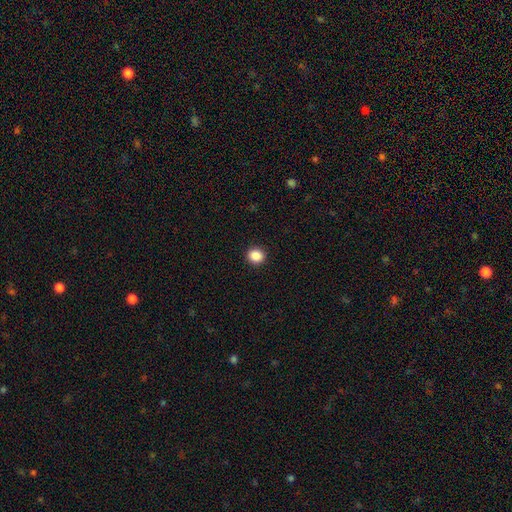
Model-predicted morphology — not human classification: A smooth galaxy with no disk features (88%) that is round (84%).

Vote fractions:
- Smooth or featured? smooth: 88% / star or artifact: 9% / featured or disk: 3%
- How rounded? round: 84% / in between: 15% / cigar-shaped: 1%
- Merging? none: 93% / minor disturbance: 5% / major disturbance: 2% / merger: 1%